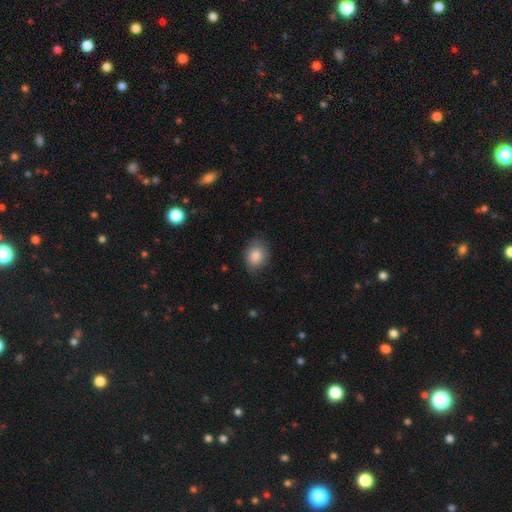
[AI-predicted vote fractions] smooth 86%, star or artifact 7%, featured or disk 7%. Down the decision tree: how rounded — in between (51%); merging — none (74%).